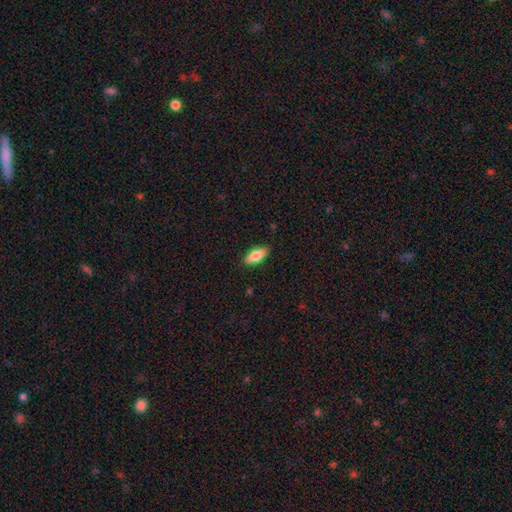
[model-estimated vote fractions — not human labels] Overall: smooth (79%). How rounded: in between (82%). Merging: none (88%).